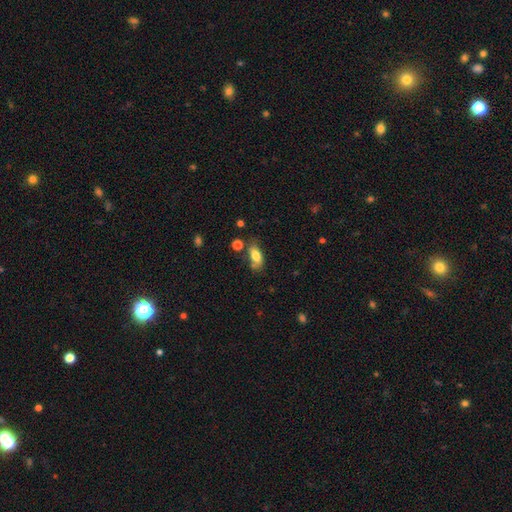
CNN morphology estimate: Smooth or featured: smooth — 77% (featured or disk — 15%)
How rounded: in between — 86% (cigar-shaped — 10%)
Merging: none — 59% (minor disturbance — 23%)